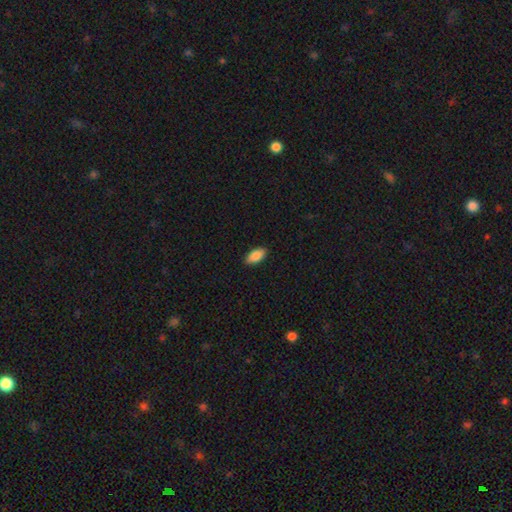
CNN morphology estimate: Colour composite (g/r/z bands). It shows a smooth galaxy with no disk features (88%) that is in between round and cigar-shaped (93%). Merging: none (90%).